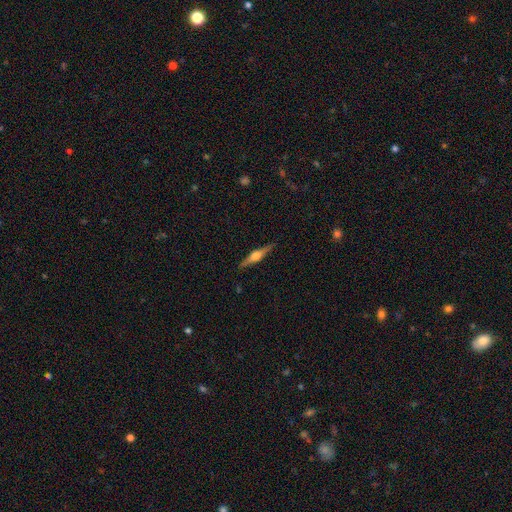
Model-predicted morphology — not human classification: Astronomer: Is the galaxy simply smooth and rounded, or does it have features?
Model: featured or disk — 75%.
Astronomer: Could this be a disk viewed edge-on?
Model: yes — 98%.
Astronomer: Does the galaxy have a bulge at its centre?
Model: rounded — 91%.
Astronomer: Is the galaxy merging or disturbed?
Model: none — 90%.